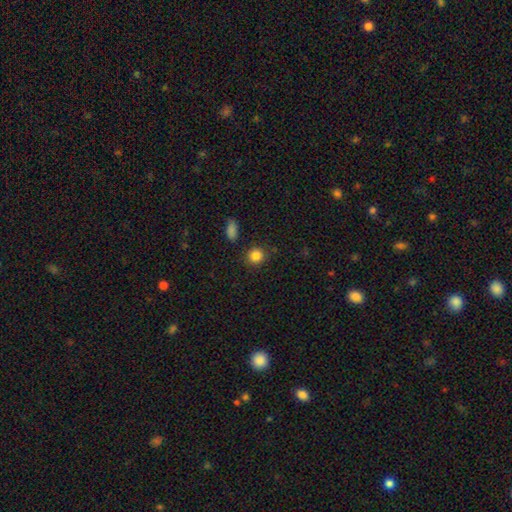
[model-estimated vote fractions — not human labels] smooth_or_featured: smooth (p=0.86) [alt: star or artifact p=0.10]
how_rounded: round (p=0.88) [alt: in between p=0.11]
merging: none (p=0.86) [alt: minor disturbance p=0.08]